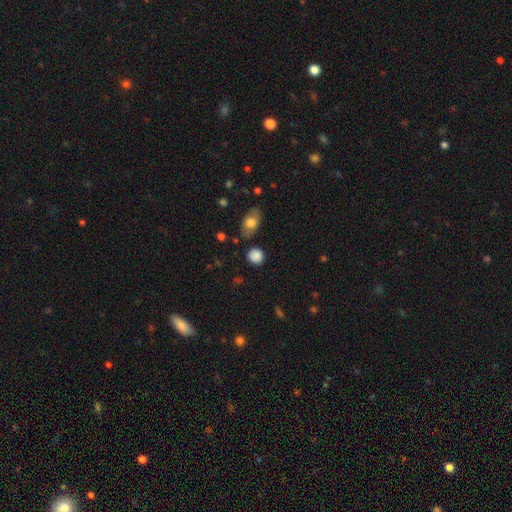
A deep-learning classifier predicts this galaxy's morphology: Smooth or featured? smooth (86%)
How rounded? round (80%)
Merging? none (81%)